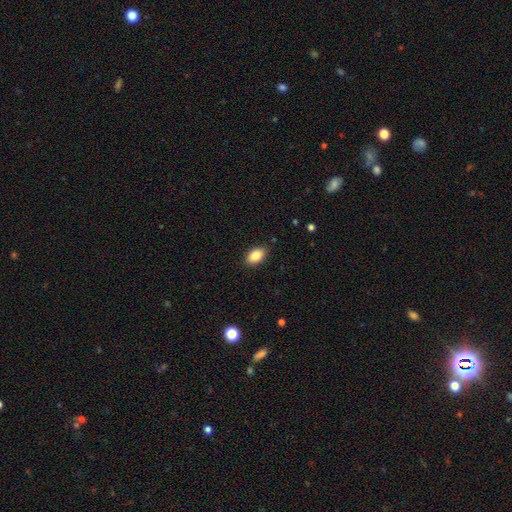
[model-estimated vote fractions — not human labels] Morphology: type=smooth (86%); roundness=in between (90%); merging=none (87%).